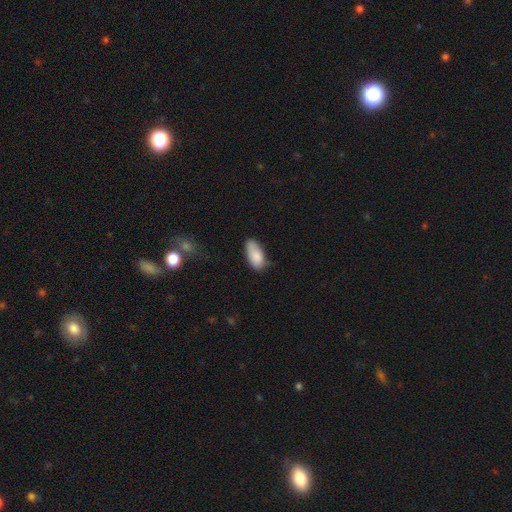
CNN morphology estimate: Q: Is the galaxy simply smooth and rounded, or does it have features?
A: smooth — 84%.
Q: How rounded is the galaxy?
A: in between — 91%.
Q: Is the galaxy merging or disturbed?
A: none — 56%.